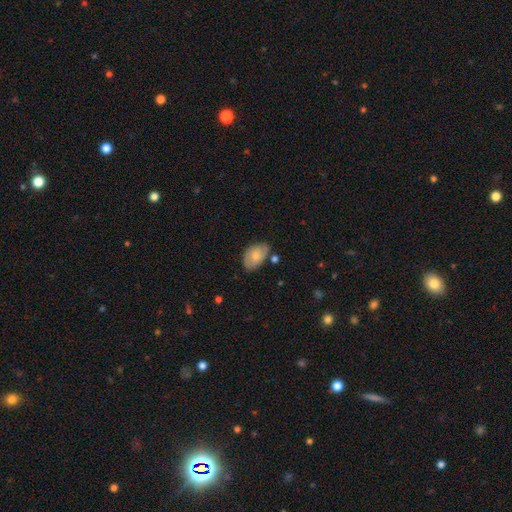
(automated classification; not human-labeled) This appears to be a smooth galaxy with no disk features (68%) that is in between round and cigar-shaped (91%). Merging: none (68%).